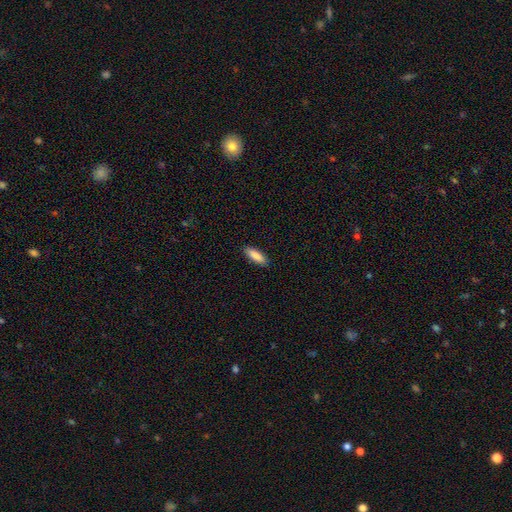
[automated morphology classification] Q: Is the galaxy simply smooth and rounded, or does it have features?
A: smooth — 88%.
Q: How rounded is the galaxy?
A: in between — 53%.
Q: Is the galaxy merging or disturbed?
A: none — 89%.